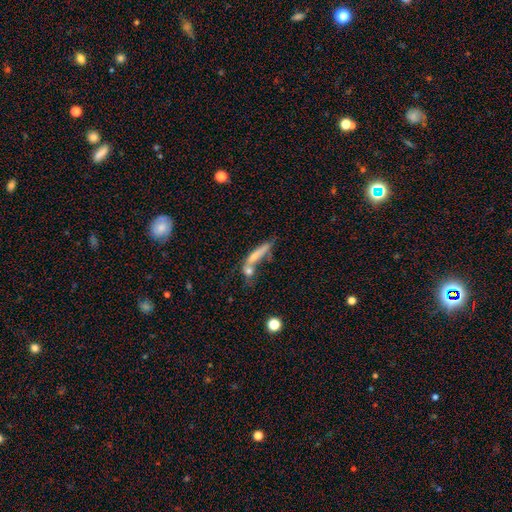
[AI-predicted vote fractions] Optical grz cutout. It shows a smooth galaxy with no disk features (56%) that is cigar-shaped (81%). Merging: merger (43%).